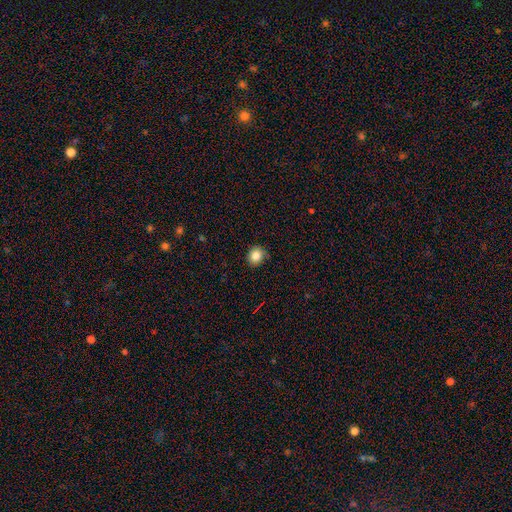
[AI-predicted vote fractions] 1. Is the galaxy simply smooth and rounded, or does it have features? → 84% smooth, 11% star or artifact, 5% featured or disk.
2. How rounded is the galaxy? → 77% round, 22% in between, 1% cigar-shaped.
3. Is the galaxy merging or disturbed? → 83% none, 13% minor disturbance, 2% major disturbance, 1% merger.